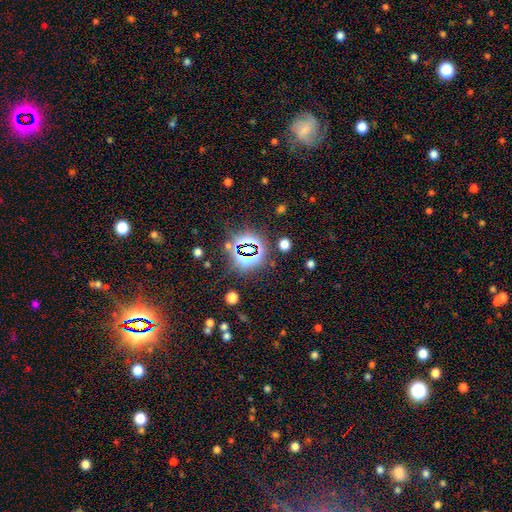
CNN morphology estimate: smooth-or-featured: star or artifact: 81% | smooth: 10% | featured or disk: 9%